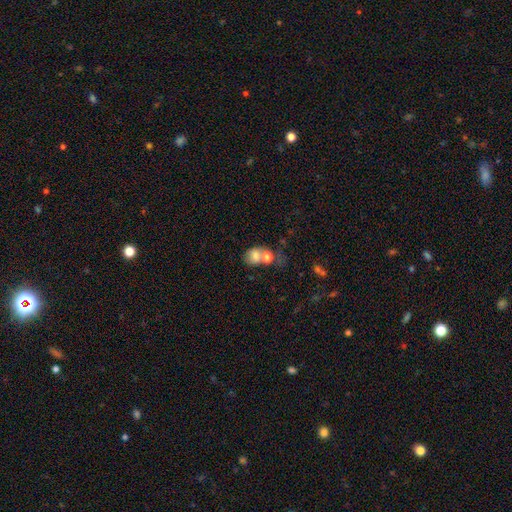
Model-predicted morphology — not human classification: The model was most divided on "how rounded": in between: 53%, round: 46%, cigar-shaped: 1%. Remaining: smooth or featured — smooth (70%); merging — merger (48%).